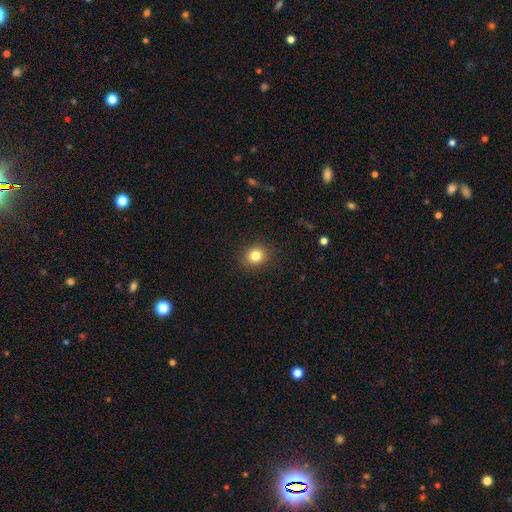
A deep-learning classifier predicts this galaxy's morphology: Smooth or featured: smooth — 83% (star or artifact — 11%)
How rounded: round — 78% (in between — 21%)
Merging: none — 90% (minor disturbance — 7%)